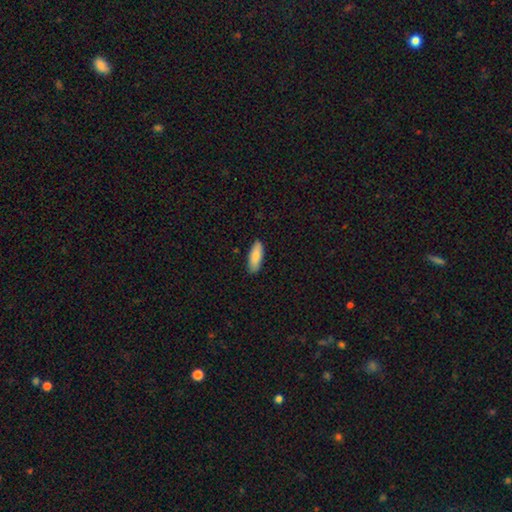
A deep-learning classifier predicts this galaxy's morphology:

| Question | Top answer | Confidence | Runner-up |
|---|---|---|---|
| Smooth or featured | smooth | 84% | featured or disk (10%) |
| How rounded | in between | 66% | cigar-shaped (33%) |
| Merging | none | 88% | minor disturbance (9%) |